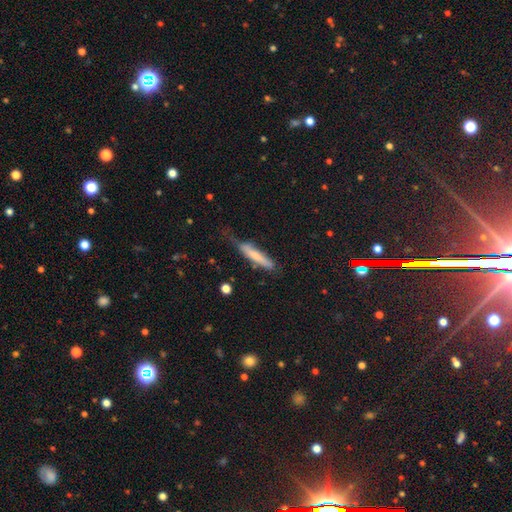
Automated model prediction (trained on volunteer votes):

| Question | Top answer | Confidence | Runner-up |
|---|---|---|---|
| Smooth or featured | smooth | 67% | featured or disk (27%) |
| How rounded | cigar-shaped | 88% | in between (10%) |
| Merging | none | 51% | minor disturbance (34%) |